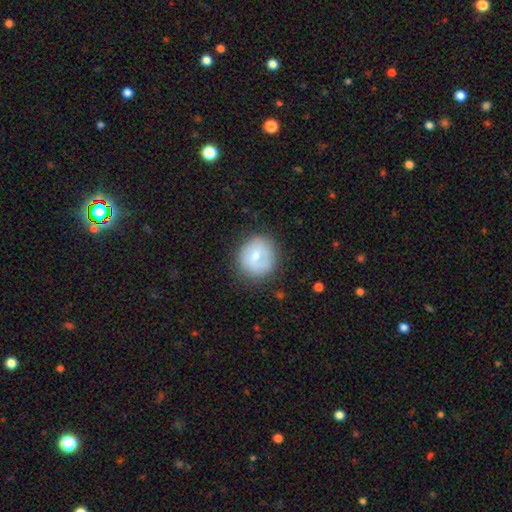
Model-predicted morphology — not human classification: A smooth galaxy with no disk features (56%) that is round (84%). Merging: none (78%).